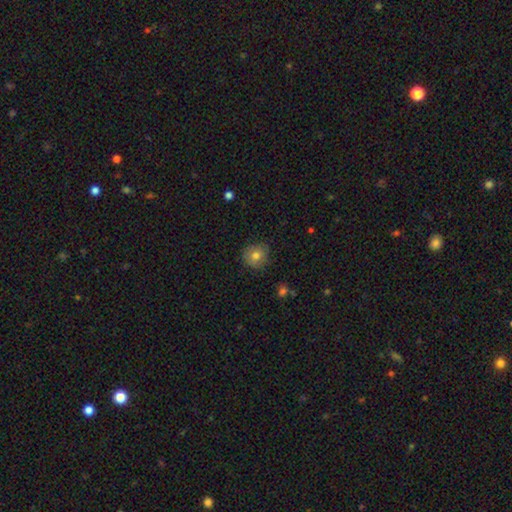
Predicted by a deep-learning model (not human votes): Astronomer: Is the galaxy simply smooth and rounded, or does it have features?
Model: smooth — 75%.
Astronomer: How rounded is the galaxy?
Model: round — 88%.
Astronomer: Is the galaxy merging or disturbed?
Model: none — 80%.